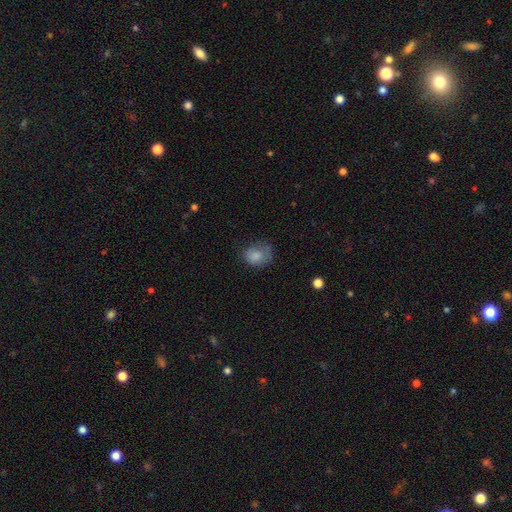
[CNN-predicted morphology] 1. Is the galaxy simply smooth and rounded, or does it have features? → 79% smooth, 11% featured or disk, 10% star or artifact.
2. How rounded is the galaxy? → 57% round, 42% in between, 1% cigar-shaped.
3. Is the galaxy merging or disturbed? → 47% none, 31% minor disturbance, 20% major disturbance, 2% merger.